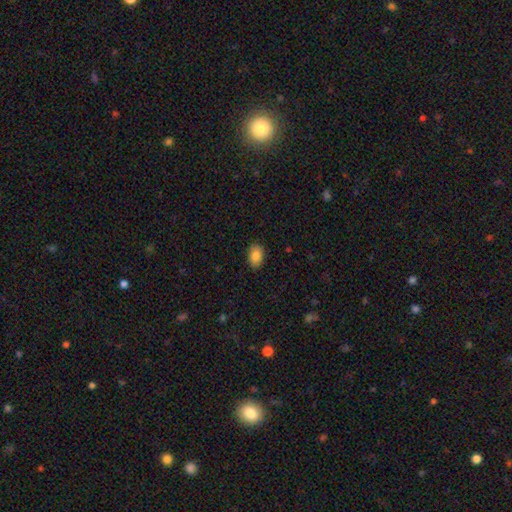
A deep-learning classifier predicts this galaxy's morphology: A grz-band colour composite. It shows a smooth galaxy with no disk features (85%) that is in between round and cigar-shaped (84%). Merging: none (87%).